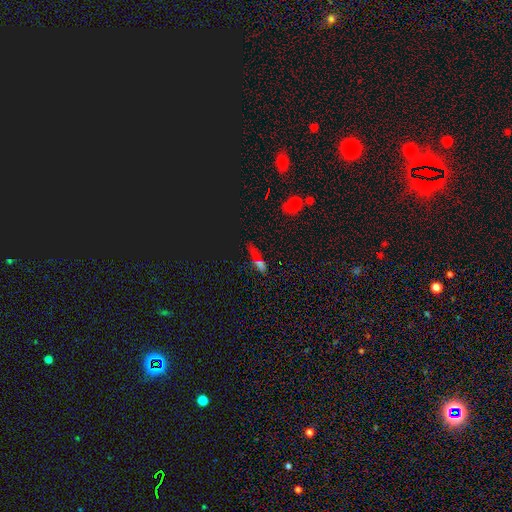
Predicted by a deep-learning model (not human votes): Q: Smooth or featured?
A: star or artifact (43%); tied with: smooth (43%)